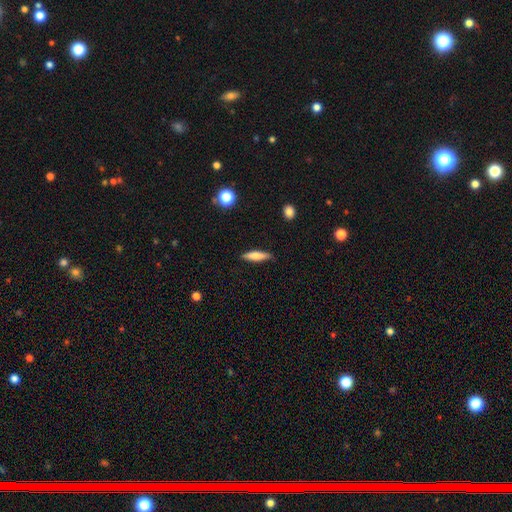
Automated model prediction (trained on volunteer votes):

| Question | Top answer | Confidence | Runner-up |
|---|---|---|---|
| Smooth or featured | smooth | 69% | featured or disk (25%) |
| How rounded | cigar-shaped | 76% | in between (22%) |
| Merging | none | 86% | minor disturbance (10%) |